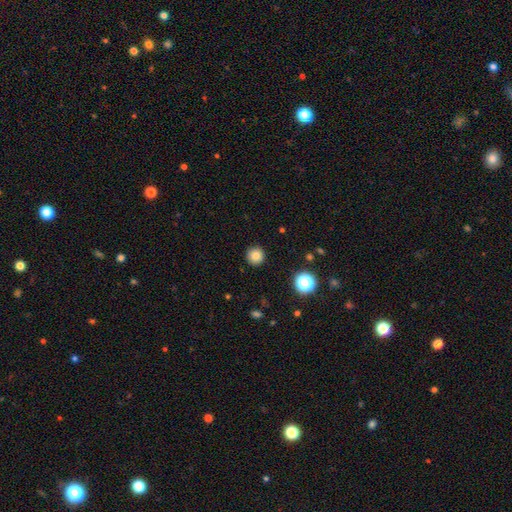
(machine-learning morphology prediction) smooth-or-featured: smooth: 83% | star or artifact: 12% | featured or disk: 4%
  how-rounded: round: 95% | in between: 4% | cigar-shaped: 1%
  merging: none: 92% | minor disturbance: 5% | major disturbance: 2% | merger: 1%